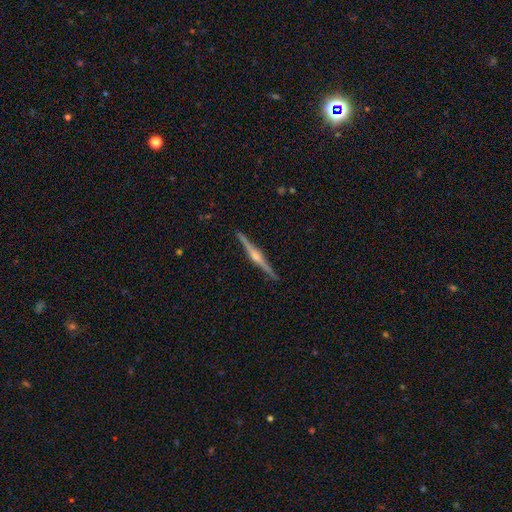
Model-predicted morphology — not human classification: This appears to be a featured or disk galaxy (87%) viewed edge-on (99%) with a rounded central bulge (87%). Merging: none (92%).